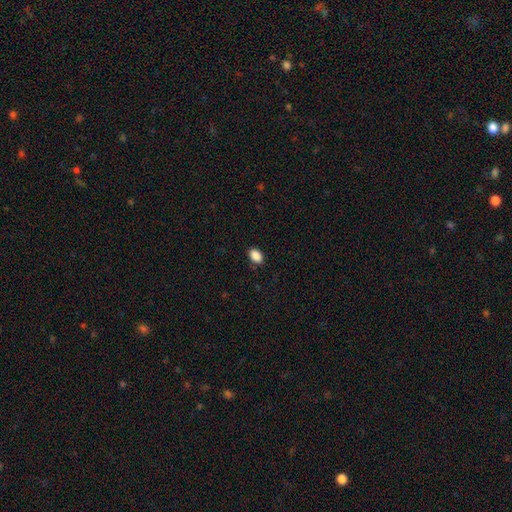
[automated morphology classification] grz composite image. It shows a smooth galaxy with no disk features (89%) that is in between round and cigar-shaped (83%). Merging: none (87%).